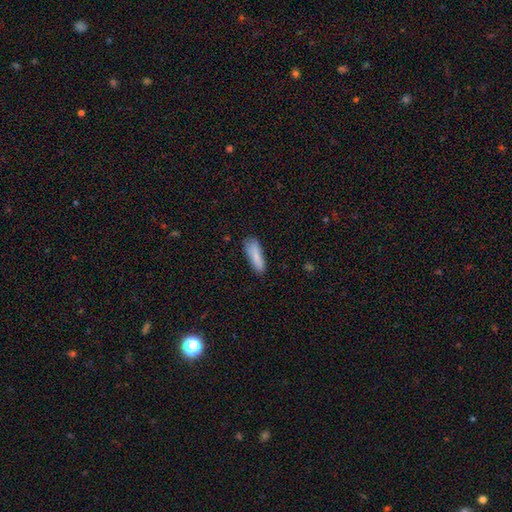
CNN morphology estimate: smooth-or-featured: smooth: 83% | featured or disk: 10% | star or artifact: 7%
  how-rounded: in between: 52% | cigar-shaped: 46% | round: 2%
  merging: none: 69% | minor disturbance: 23% | major disturbance: 5% | merger: 2%